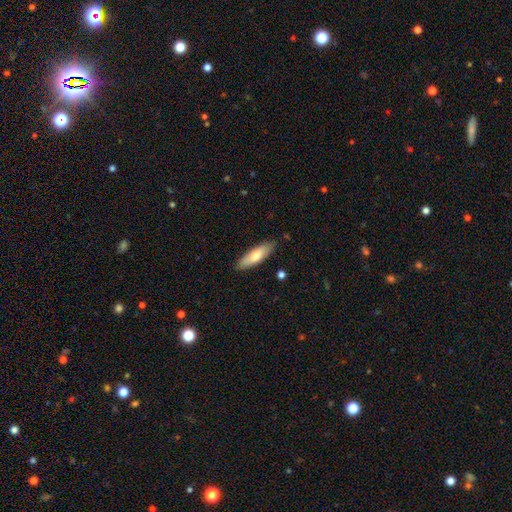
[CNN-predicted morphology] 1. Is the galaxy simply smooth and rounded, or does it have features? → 71% smooth, 24% featured or disk, 6% star or artifact.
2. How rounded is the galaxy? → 53% cigar-shaped, 45% in between, 2% round.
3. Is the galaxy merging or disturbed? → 86% none, 11% minor disturbance, 2% major disturbance, 1% merger.